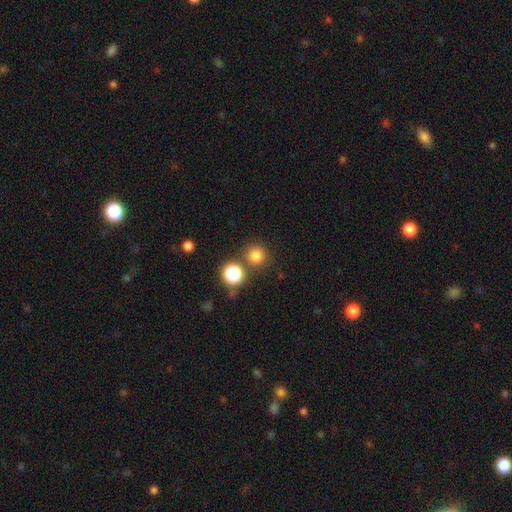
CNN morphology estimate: A smooth galaxy with no disk features (79%) that is round (94%).

Vote fractions:
- Smooth or featured? smooth: 79% / star or artifact: 16% / featured or disk: 5%
- How rounded? round: 94% / in between: 5% / cigar-shaped: 1%
- Merging? none: 83% / merger: 8% / minor disturbance: 7% / major disturbance: 3%